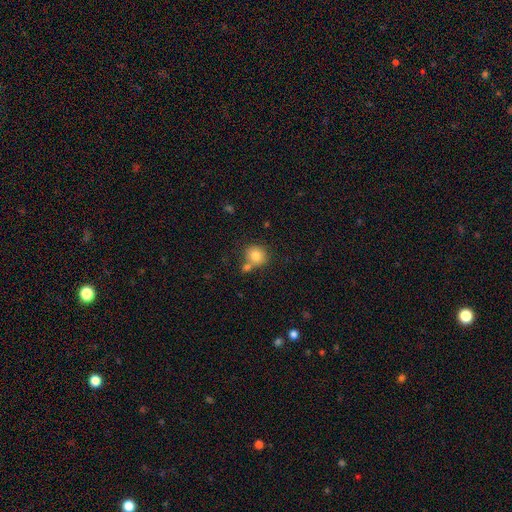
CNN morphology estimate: type=smooth (81%); roundness=round (83%); merging=none (56%).